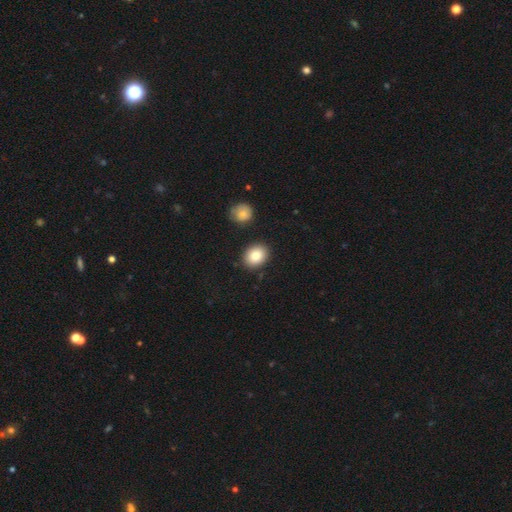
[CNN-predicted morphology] Smooth or featured? Predicted: smooth (p=0.84). How rounded? Predicted: in between (p=0.53). Merging? Predicted: none (p=0.86).